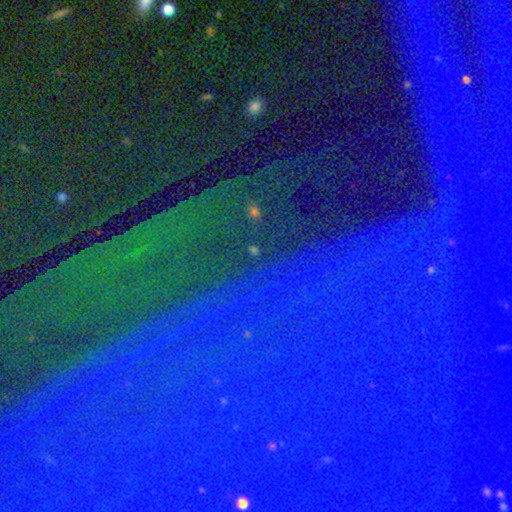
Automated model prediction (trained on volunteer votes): Q: Smooth or featured?
A: star or artifact (86%); runner-up: featured or disk (7%)